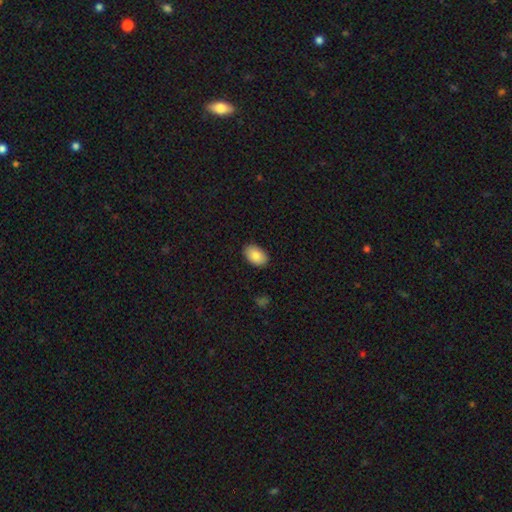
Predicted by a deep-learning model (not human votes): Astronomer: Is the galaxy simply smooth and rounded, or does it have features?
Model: smooth — 88%.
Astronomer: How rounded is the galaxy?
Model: in between — 91%.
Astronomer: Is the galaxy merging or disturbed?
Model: none — 87%.